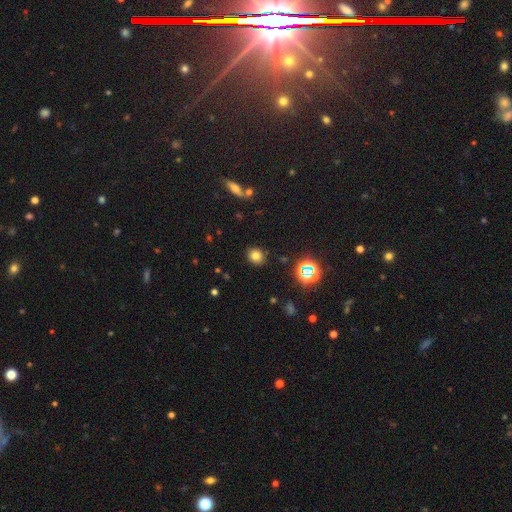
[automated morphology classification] type=smooth (75%); roundness=round (76%); merging=none (88%).